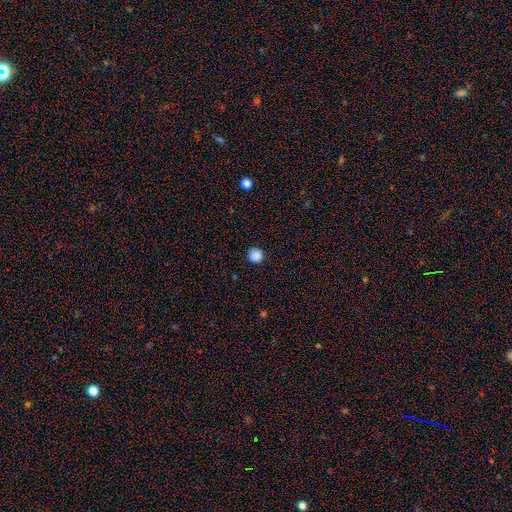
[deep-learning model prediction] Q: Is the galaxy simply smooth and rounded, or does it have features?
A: smooth — 86%.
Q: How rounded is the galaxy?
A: round — 95%.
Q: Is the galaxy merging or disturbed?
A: none — 90%.